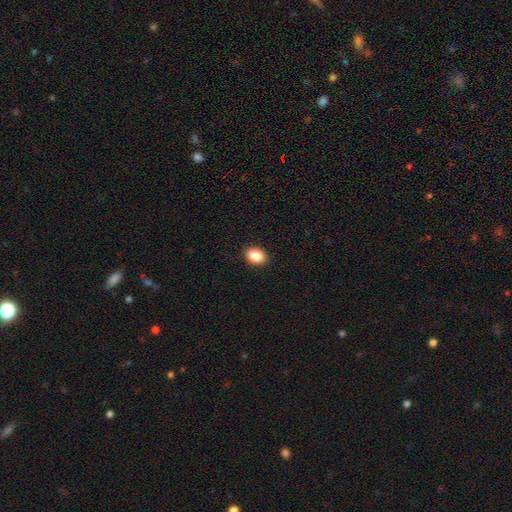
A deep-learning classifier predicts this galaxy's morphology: smooth 89%, star or artifact 8%, featured or disk 4%. Down the decision tree: how rounded — in between (77%); merging — none (90%).